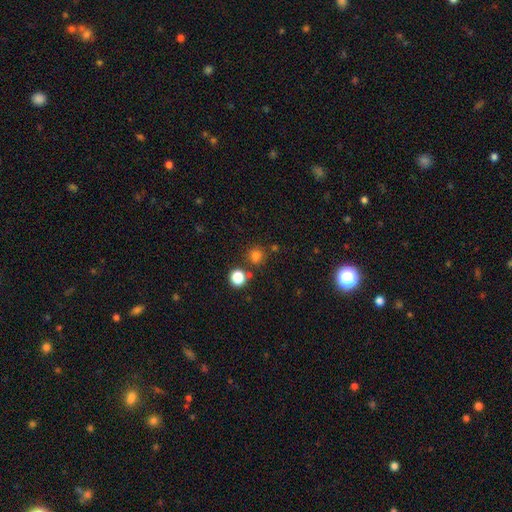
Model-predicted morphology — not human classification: Q: Smooth or featured?
A: smooth (76%); runner-up: star or artifact (18%)
Q: How rounded?
A: round (90%); runner-up: in between (9%)
Q: Merging?
A: none (78%); runner-up: merger (10%)